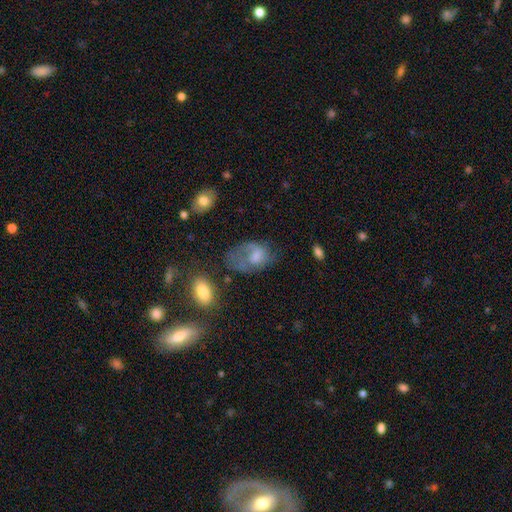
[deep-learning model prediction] smooth 47%, featured or disk 42%, star or artifact 11%. Down the decision tree: merging — major disturbance (38%).